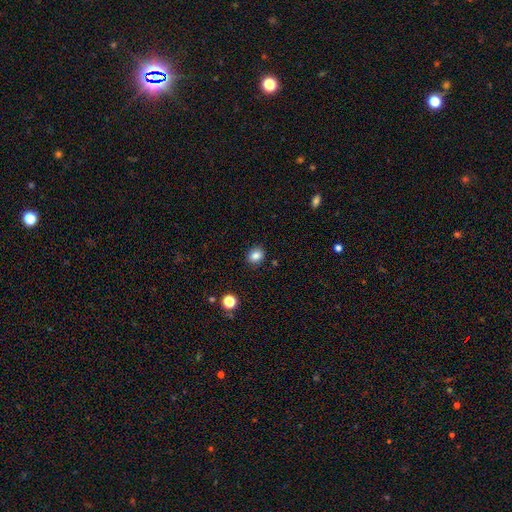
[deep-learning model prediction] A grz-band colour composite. It shows a smooth galaxy with no disk features (84%) that is round (58%). Merging: none (87%).